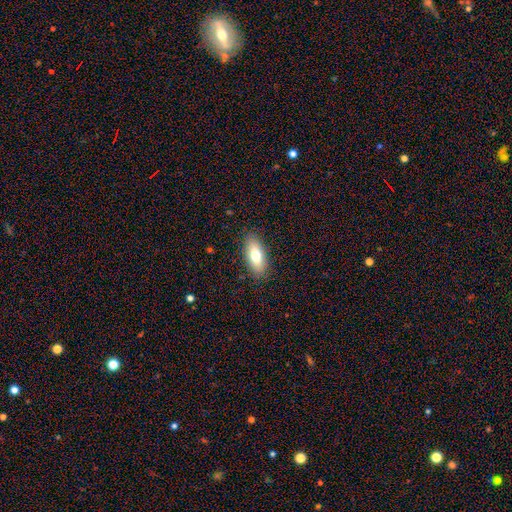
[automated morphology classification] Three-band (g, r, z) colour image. It shows a smooth galaxy with no disk features (73%) that is in between round and cigar-shaped (78%). Merging: none (87%).